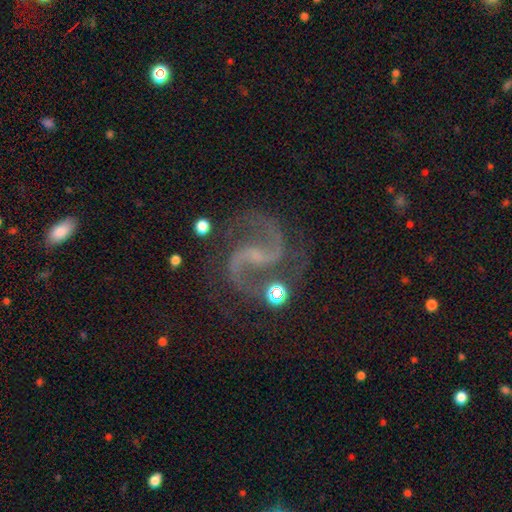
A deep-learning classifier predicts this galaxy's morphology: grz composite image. It shows a featured or disk galaxy (92%) with a weak bar (49%), 2 (94%) medium (59%) spiral arms (98%) and a small central bulge (58%). Merging: none (75%).